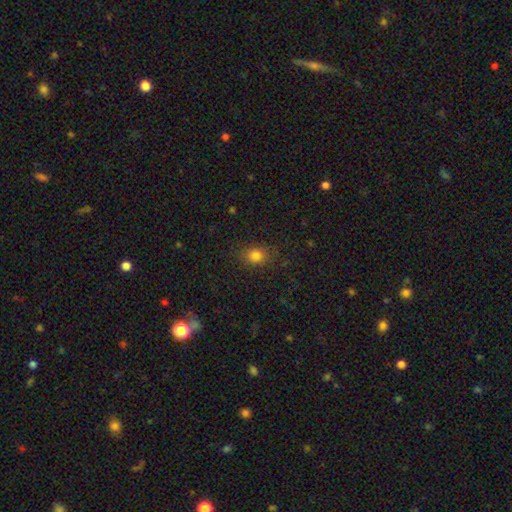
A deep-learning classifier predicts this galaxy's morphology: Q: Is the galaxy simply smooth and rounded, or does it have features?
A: smooth — 81%.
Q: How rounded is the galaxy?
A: in between — 52%.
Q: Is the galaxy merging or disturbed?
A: none — 83%.